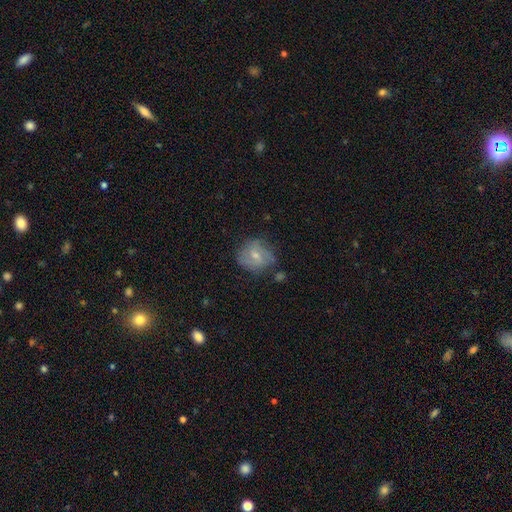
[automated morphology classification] Smooth or featured? smooth (51%)
How rounded? round (71%)
Merging? none (61%)